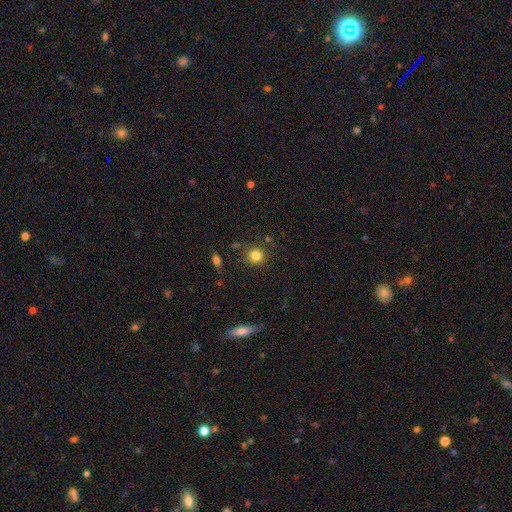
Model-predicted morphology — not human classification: This is clearly a smooth galaxy (83%). How rounded: clearly round (91%). Merging: clearly none (84%).